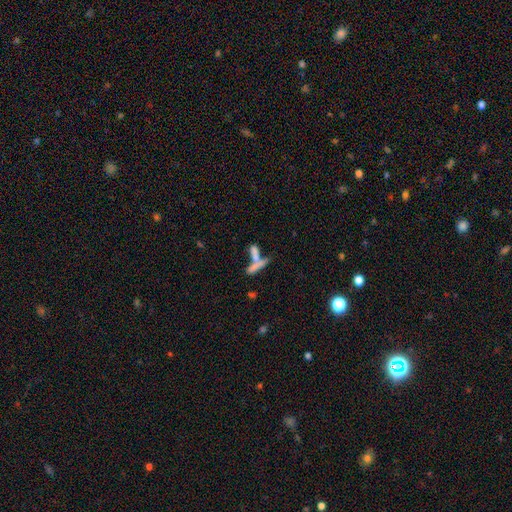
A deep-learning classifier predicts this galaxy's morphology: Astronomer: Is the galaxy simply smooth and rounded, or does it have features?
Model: smooth — 62%.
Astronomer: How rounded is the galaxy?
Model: cigar-shaped — 70%.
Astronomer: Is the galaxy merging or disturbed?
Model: merger — 53% (runner-up: none, 32%).